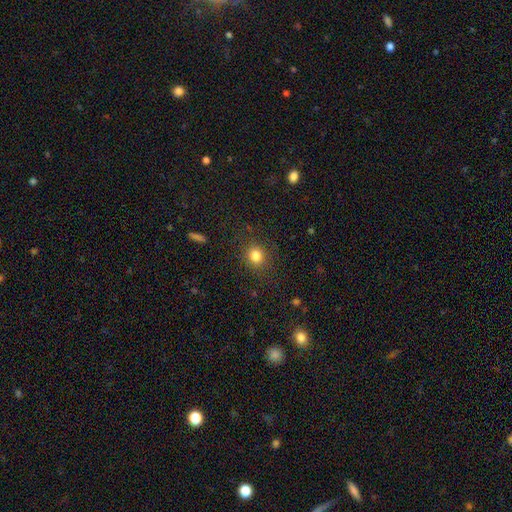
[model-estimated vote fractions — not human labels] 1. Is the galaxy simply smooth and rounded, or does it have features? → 82% smooth, 12% star or artifact, 6% featured or disk.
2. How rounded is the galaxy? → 79% round, 20% in between, 1% cigar-shaped.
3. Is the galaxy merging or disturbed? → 85% none, 9% minor disturbance, 4% major disturbance, 1% merger.